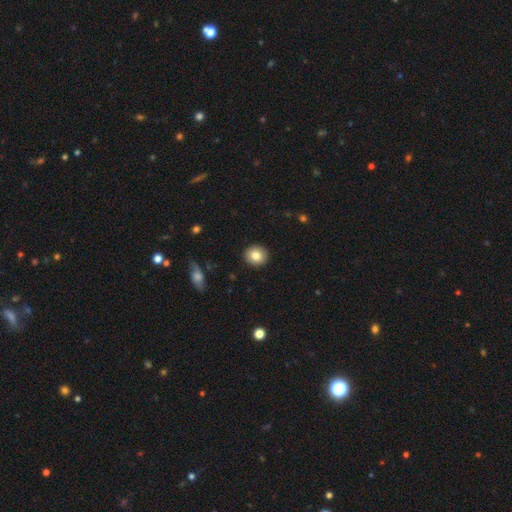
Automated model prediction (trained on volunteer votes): Overall: smooth (83%). How rounded: round (88%). Merging: none (92%).